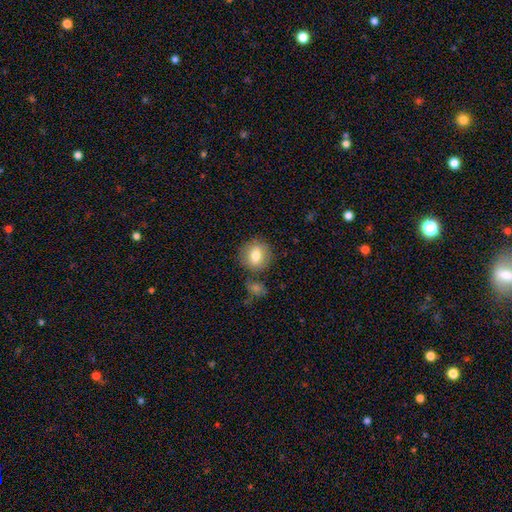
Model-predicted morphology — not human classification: Smooth or featured? smooth (76%)
How rounded? round (77%)
Merging? none (77%)